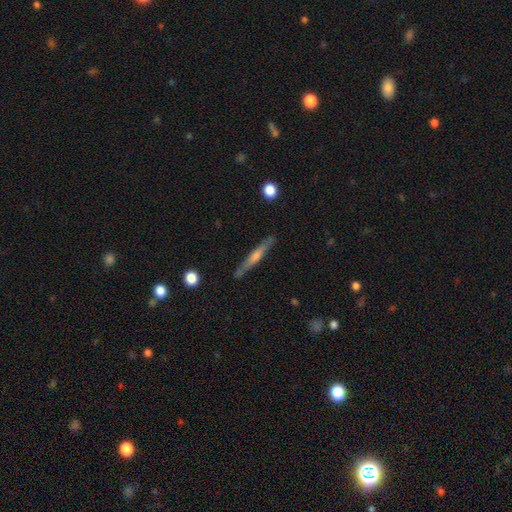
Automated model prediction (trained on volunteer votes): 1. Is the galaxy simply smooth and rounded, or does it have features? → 59% featured or disk, 34% smooth, 6% star or artifact.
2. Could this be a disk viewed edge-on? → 96% yes, 4% no.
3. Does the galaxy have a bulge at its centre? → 61% rounded, 27% none, 12% boxy.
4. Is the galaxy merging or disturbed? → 86% none, 10% minor disturbance, 2% merger, 2% major disturbance.